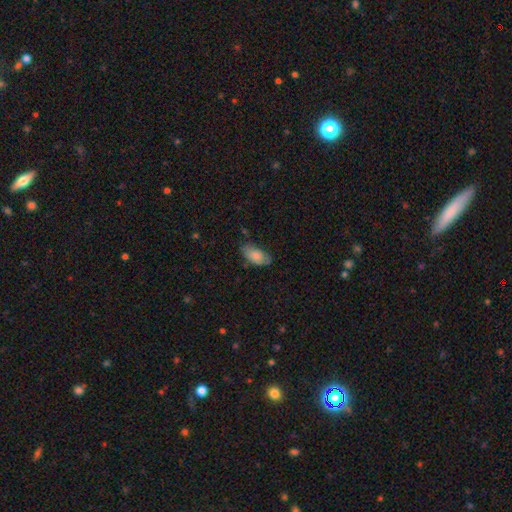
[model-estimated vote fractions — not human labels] smooth-or-featured: smooth: 81% | featured or disk: 12% | star or artifact: 7%
  how-rounded: in between: 93% | cigar-shaped: 4% | round: 3%
  merging: none: 63% | minor disturbance: 28% | major disturbance: 7% | merger: 2%